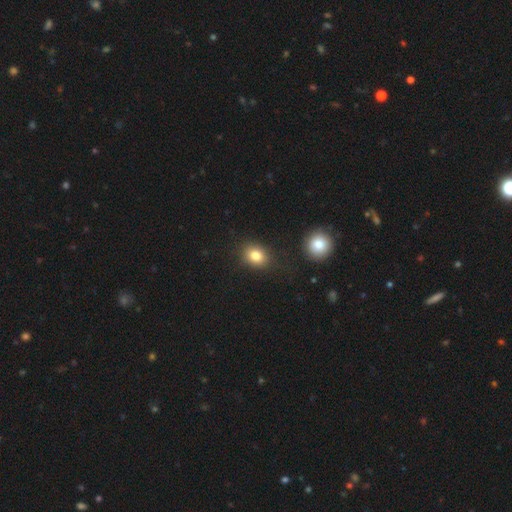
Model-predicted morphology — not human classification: This is clearly a smooth galaxy (82%). How rounded: possibly round (50%). Merging: clearly none (82%).